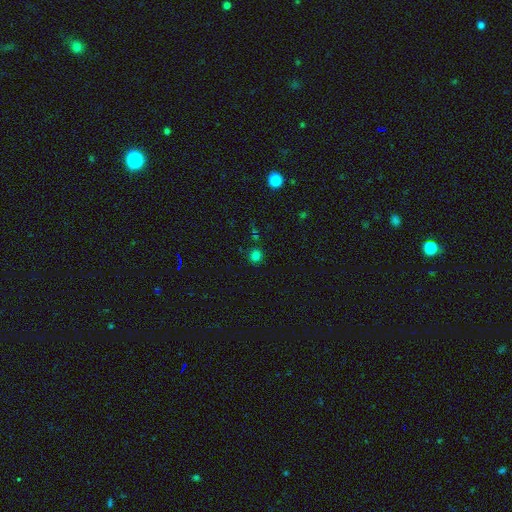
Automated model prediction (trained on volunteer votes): smooth-or-featured: smooth: 77% | star or artifact: 19% | featured or disk: 4%
  how-rounded: round: 91% | in between: 8% | cigar-shaped: 1%
  merging: none: 86% | minor disturbance: 8% | merger: 4% | major disturbance: 3%